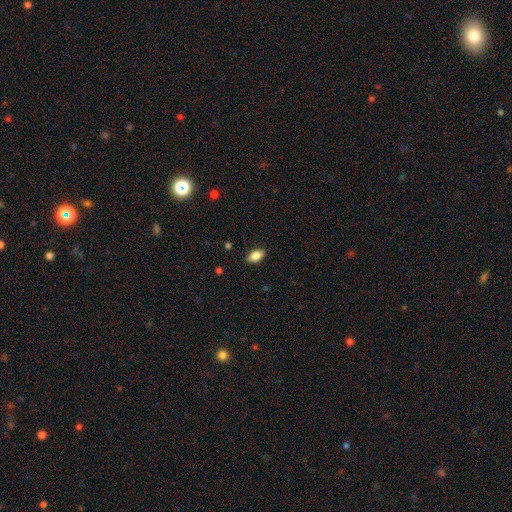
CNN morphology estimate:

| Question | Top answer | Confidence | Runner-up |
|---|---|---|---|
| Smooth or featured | smooth | 85% | star or artifact (8%) |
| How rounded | in between | 90% | round (5%) |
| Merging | none | 87% | minor disturbance (10%) |